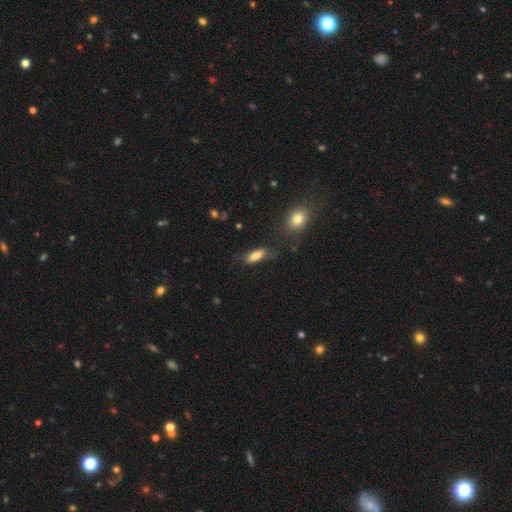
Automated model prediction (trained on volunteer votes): smooth 74%, featured or disk 17%, star or artifact 8%. Down the decision tree: how rounded — in between (64%); merging — none (58%).